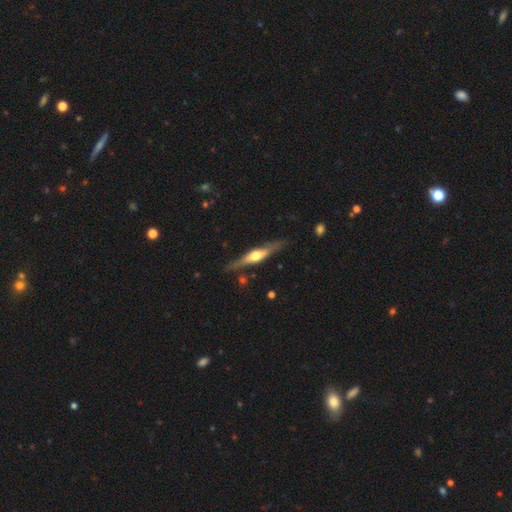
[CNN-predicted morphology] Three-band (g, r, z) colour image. It shows a featured or disk galaxy (71%) viewed edge-on (95%) with a rounded central bulge (90%). Merging: none (83%).